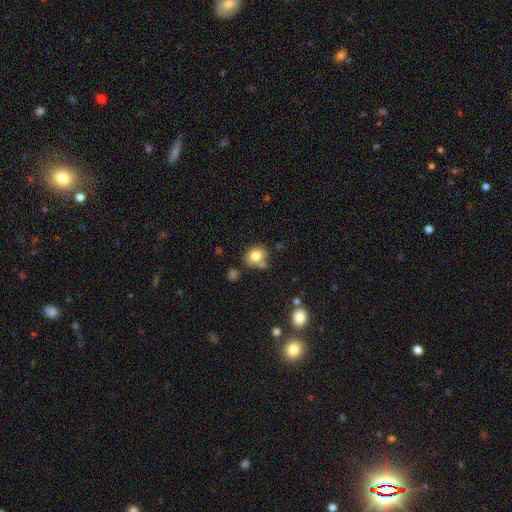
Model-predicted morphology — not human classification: Smooth or featured? Predicted: smooth (p=0.79). How rounded? Predicted: round (p=0.65). Merging? Predicted: none (p=0.61).